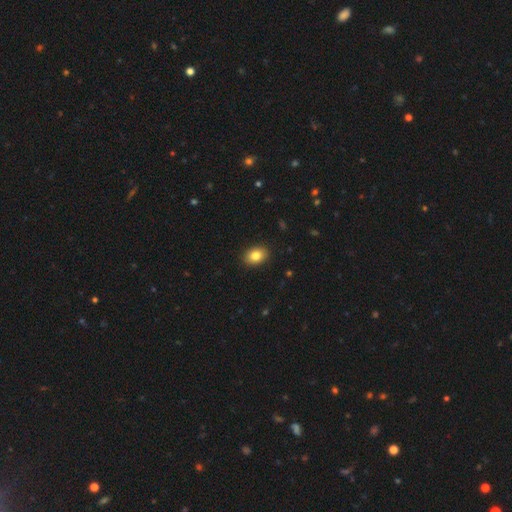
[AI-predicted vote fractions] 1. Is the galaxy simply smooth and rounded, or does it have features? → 83% smooth, 9% star or artifact, 8% featured or disk.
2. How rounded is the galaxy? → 73% in between, 26% round, 1% cigar-shaped.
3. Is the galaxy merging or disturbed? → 90% none, 7% minor disturbance, 2% major disturbance, 1% merger.